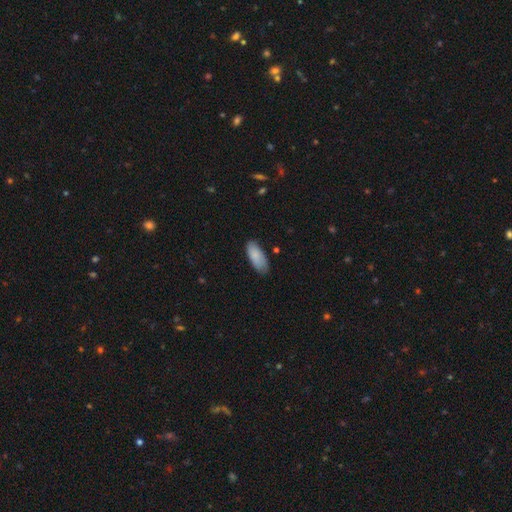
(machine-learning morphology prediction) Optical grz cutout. It shows a smooth galaxy with no disk features (86%) that is in between round and cigar-shaped (85%). Merging: none (73%).